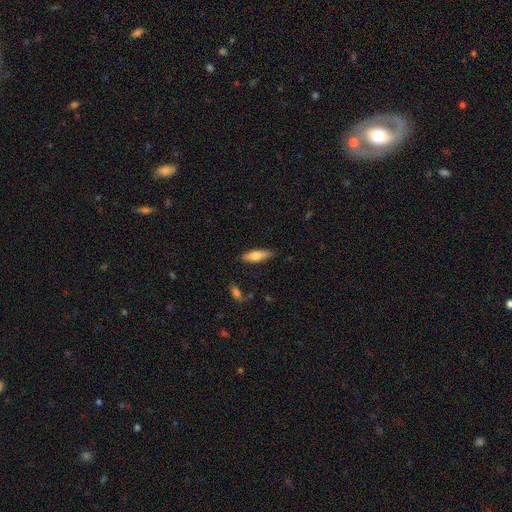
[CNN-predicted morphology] A smooth galaxy with no disk features (68%) that is in between round and cigar-shaped (51%).

Vote fractions:
- Smooth or featured? smooth: 68% / featured or disk: 26% / star or artifact: 6%
- How rounded? in between: 51% / cigar-shaped: 47% / round: 2%
- Merging? none: 83% / minor disturbance: 13% / major disturbance: 3% / merger: 2%